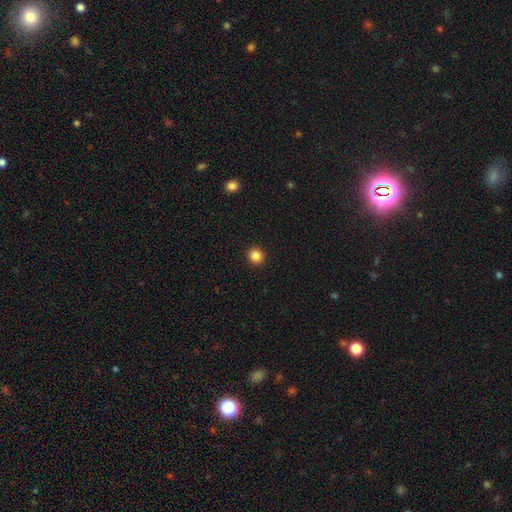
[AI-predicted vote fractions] smooth 86%, star or artifact 11%, featured or disk 3%. Down the decision tree: how rounded — round (90%); merging — none (93%).